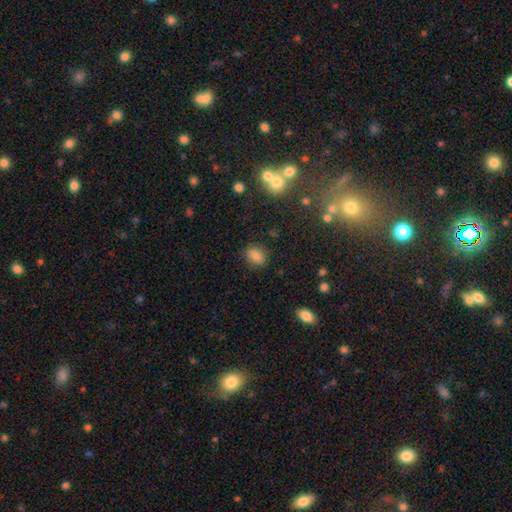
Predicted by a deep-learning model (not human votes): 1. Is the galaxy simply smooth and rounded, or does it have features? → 79% smooth, 13% star or artifact, 7% featured or disk.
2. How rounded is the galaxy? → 56% in between, 43% round, 1% cigar-shaped.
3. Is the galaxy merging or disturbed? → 85% none, 10% minor disturbance, 3% major disturbance, 2% merger.